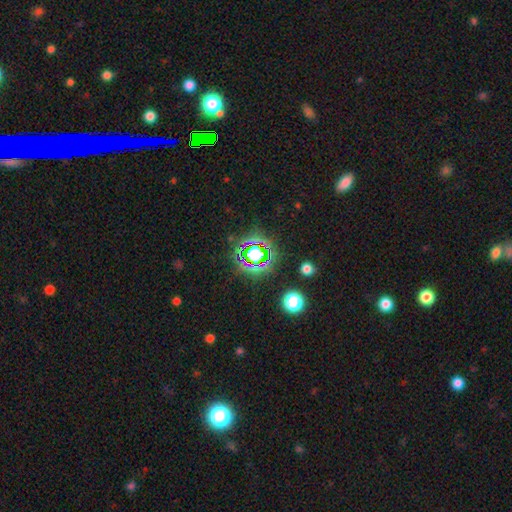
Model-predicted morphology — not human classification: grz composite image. It shows a star or artifact, not a galaxy (76%).